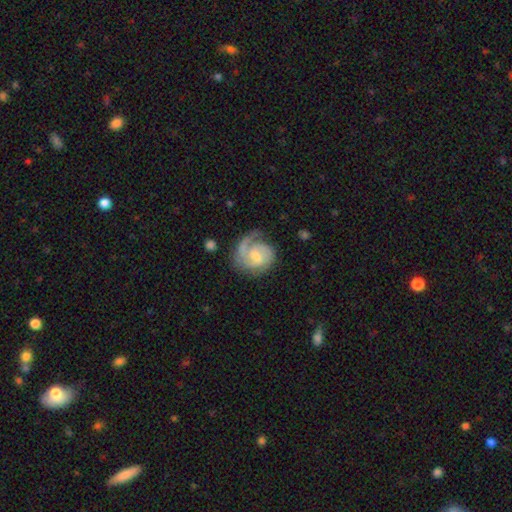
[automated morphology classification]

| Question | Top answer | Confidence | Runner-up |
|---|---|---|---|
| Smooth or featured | featured or disk | 81% | smooth (14%) |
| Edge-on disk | no | 98% | yes (2%) |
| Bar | weak | 51% | no (39%) |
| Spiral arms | yes | 96% | no (4%) |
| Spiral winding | tight | 47% | medium (41%) |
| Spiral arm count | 2 | 47% | 1 (31%) |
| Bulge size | small | 43% | moderate (38%) |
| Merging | none | 61% | minor disturbance (21%) |